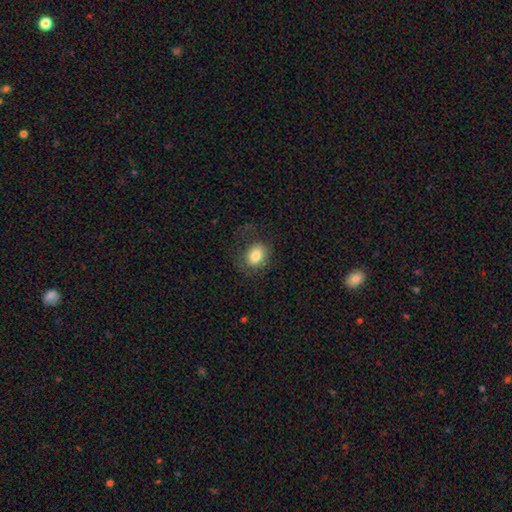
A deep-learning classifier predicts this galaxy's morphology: Smooth or featured? smooth (80%)
How rounded? round (59%)
Merging? none (66%)